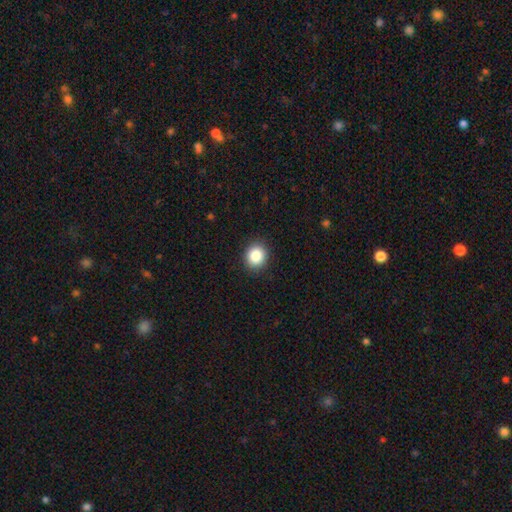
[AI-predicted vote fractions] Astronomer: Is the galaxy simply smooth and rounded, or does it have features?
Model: smooth — 86%.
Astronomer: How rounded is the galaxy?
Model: round — 79%.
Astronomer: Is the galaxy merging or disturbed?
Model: none — 91%.